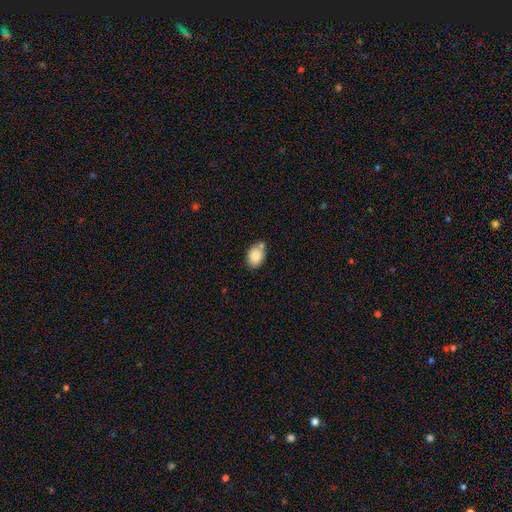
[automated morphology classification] The model was most divided on "how rounded": in between: 68%, round: 31%, cigar-shaped: 1%. More confident: smooth or featured — smooth (84%); merging — none (66%).